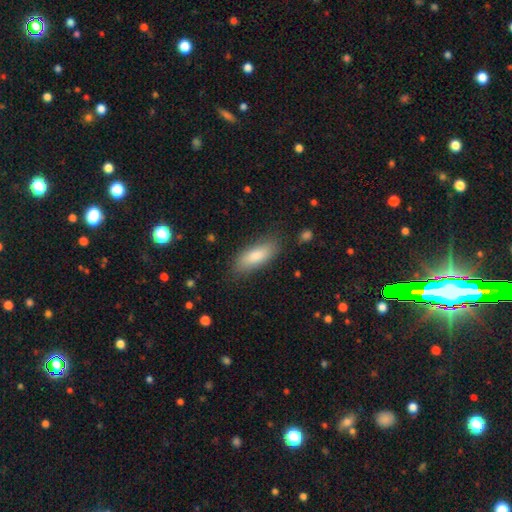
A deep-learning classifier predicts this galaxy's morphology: This is clearly a smooth galaxy (81%). How rounded: likely in between (66%). Merging: clearly none (83%).